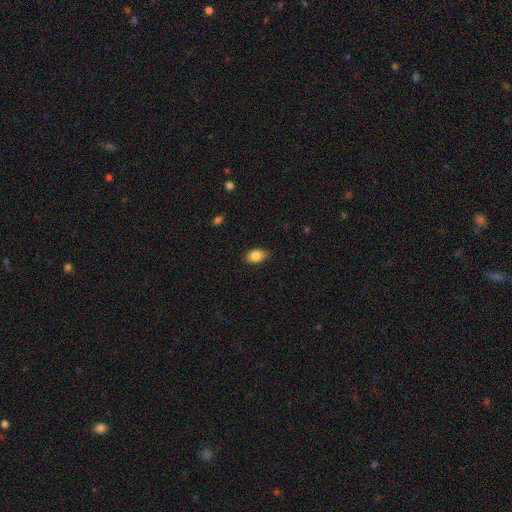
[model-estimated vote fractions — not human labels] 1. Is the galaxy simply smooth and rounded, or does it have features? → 84% smooth, 8% featured or disk, 8% star or artifact.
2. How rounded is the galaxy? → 87% in between, 11% round, 2% cigar-shaped.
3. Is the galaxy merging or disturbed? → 85% none, 11% minor disturbance, 2% major disturbance, 1% merger.